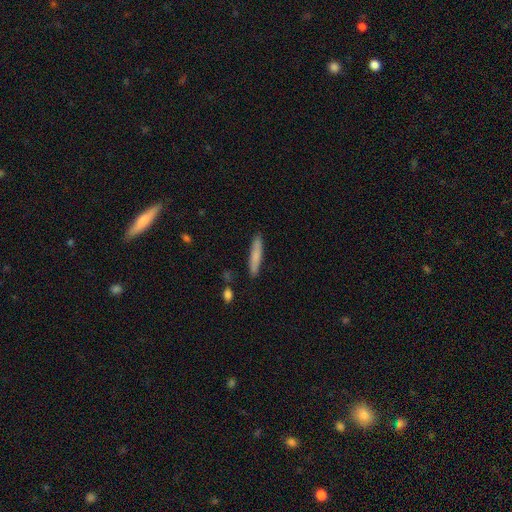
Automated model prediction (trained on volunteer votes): Smooth or featured? smooth (76%)
How rounded? cigar-shaped (91%)
Merging? none (88%)